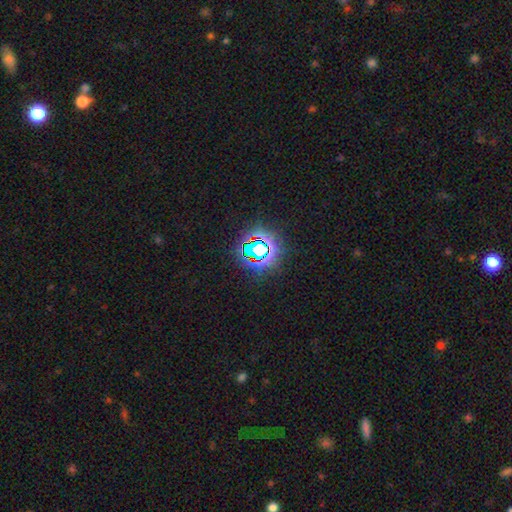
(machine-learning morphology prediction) A star or artifact, not a galaxy (78%).